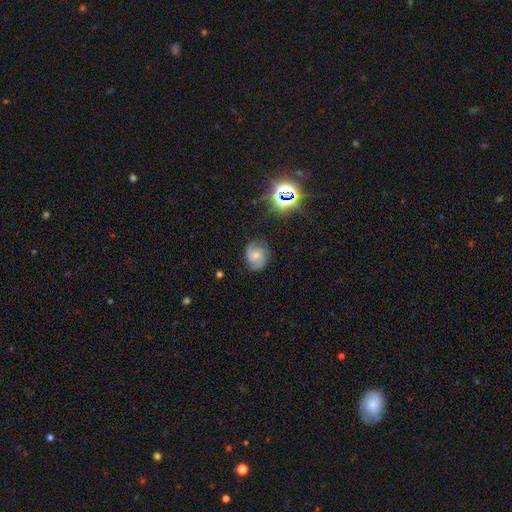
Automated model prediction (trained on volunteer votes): Smooth or featured: featured or disk — 46% (smooth — 40%)
Merging: none — 71% (minor disturbance — 21%)